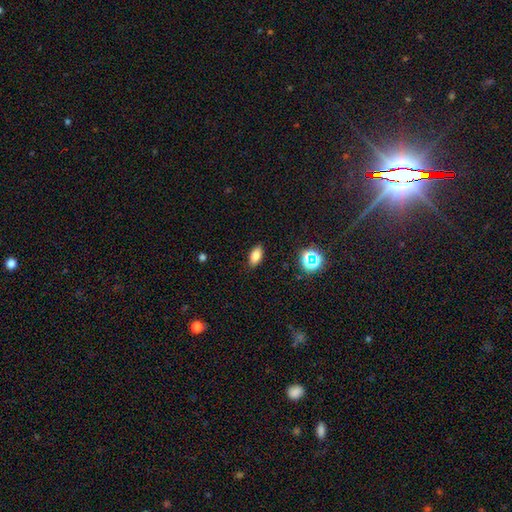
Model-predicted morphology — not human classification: The model was most divided on "smooth or featured": smooth: 80%, star or artifact: 12%, featured or disk: 8%. More confident: how rounded — in between (88%); merging — none (88%).